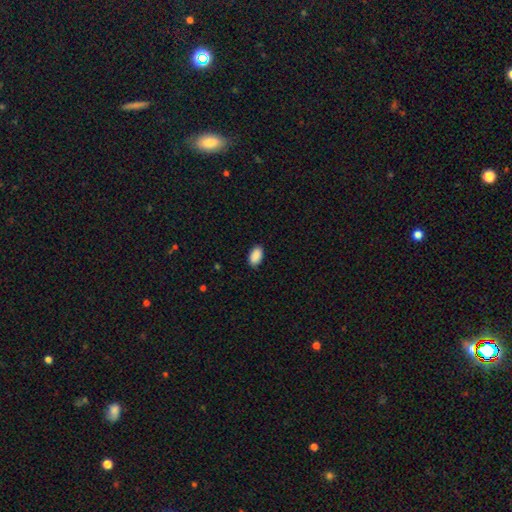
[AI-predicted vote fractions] Smooth or featured? smooth (91%)
How rounded? in between (93%)
Merging? none (87%)